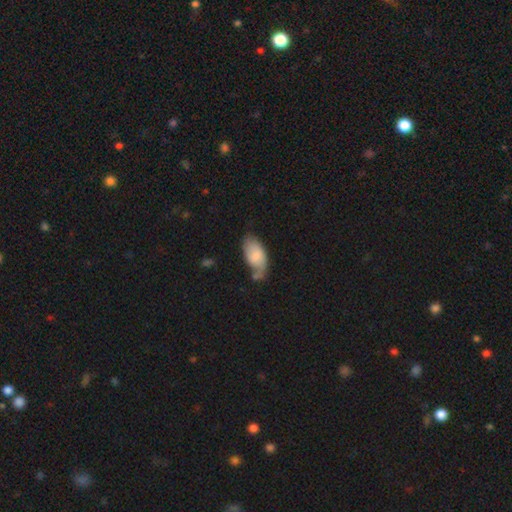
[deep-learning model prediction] A smooth galaxy with no disk features (73%) that is in between round and cigar-shaped (94%).

Vote fractions:
- Smooth or featured? smooth: 73% / featured or disk: 21% / star or artifact: 6%
- How rounded? in between: 94% / cigar-shaped: 3% / round: 3%
- Merging? none: 41% / minor disturbance: 34% / major disturbance: 15% / merger: 10%